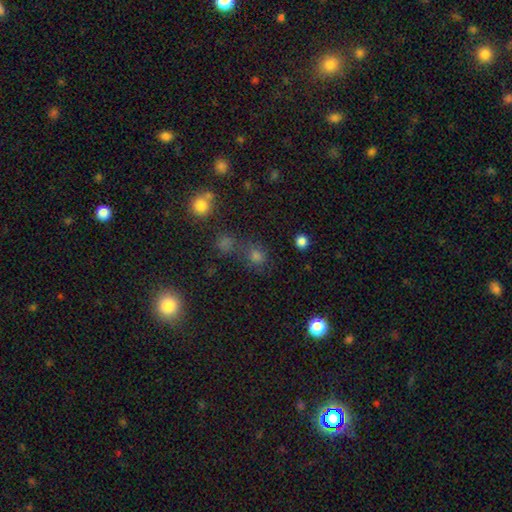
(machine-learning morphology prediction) Smooth or featured?
  - smooth: 66% *
  - star or artifact: 28%
  - featured or disk: 6%
How rounded?
  - round: 85% *
  - in between: 14%
  - cigar-shaped: 1%
Merging?
  - none: 68% *
  - merger: 16%
  - minor disturbance: 11%
  - major disturbance: 5%